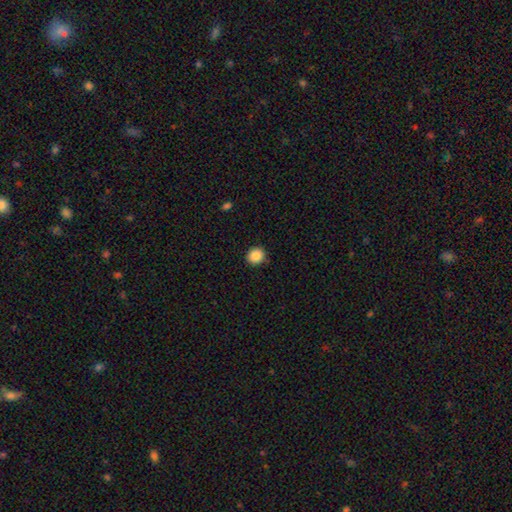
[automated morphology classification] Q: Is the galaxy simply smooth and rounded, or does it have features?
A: smooth — 87%.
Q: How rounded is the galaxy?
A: round — 90%.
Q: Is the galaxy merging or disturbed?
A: none — 91%.